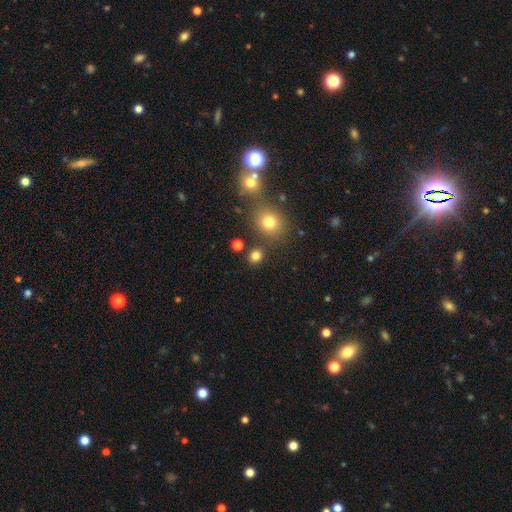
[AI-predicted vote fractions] A smooth galaxy with no disk features (80%) that is round (77%).

Vote fractions:
- Smooth or featured? smooth: 80% / star or artifact: 15% / featured or disk: 5%
- How rounded? round: 77% / in between: 21% / cigar-shaped: 1%
- Merging? none: 80% / merger: 9% / minor disturbance: 8% / major disturbance: 3%